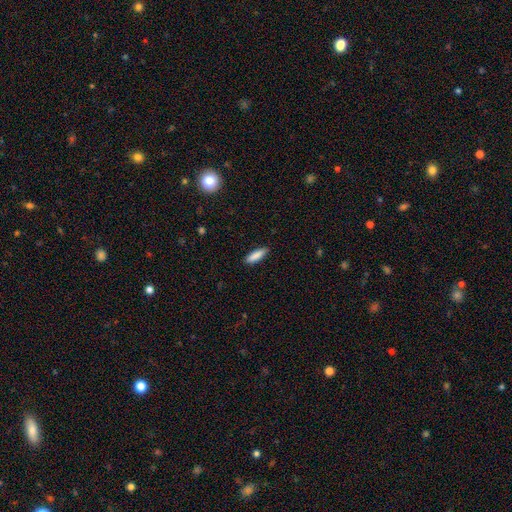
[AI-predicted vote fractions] smooth_or_featured: smooth (p=0.87) [alt: featured or disk p=0.07]
how_rounded: cigar-shaped (p=0.61) [alt: in between p=0.37]
merging: none (p=0.88) [alt: minor disturbance p=0.09]